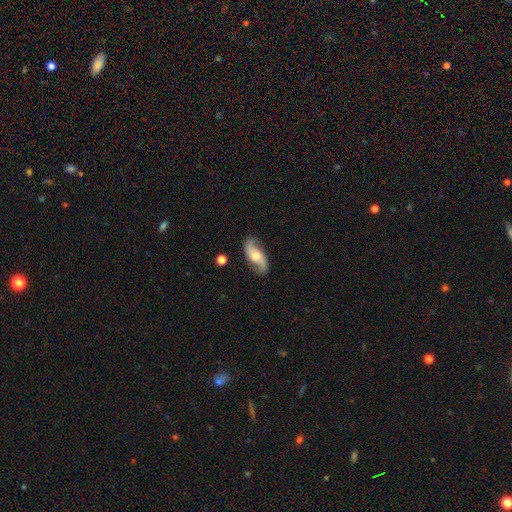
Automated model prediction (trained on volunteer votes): Q: Smooth or featured?
A: featured or disk (69%); runner-up: smooth (25%)
Q: Edge-on disk?
A: no (91%); runner-up: yes (9%)
Q: Bar?
A: no (54%); runner-up: weak (34%)
Q: Spiral arms?
A: yes (92%); runner-up: no (8%)
Q: Spiral winding?
A: loose (70%); runner-up: medium (22%)
Q: Spiral arm count?
A: 2 (91%); runner-up: can't tell (4%)
Q: Bulge size?
A: moderate (53%); runner-up: small (32%)
Q: Merging?
A: none (79%); runner-up: minor disturbance (15%)